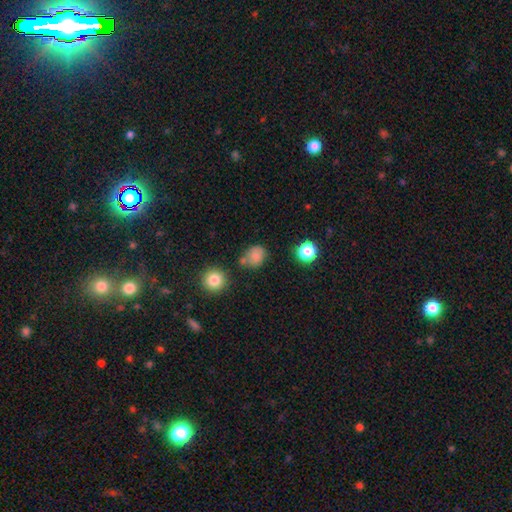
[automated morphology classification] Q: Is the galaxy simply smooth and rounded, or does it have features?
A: smooth — 78%.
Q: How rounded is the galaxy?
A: round — 64%.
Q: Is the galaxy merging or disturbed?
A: none — 64%.